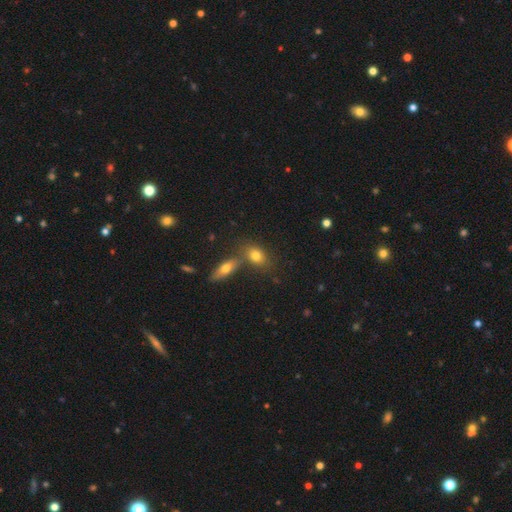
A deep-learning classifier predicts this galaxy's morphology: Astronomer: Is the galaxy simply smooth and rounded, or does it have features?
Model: smooth — 77%.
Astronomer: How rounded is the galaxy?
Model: in between — 71%.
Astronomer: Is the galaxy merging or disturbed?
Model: none — 51% (runner-up: merger, 34%).